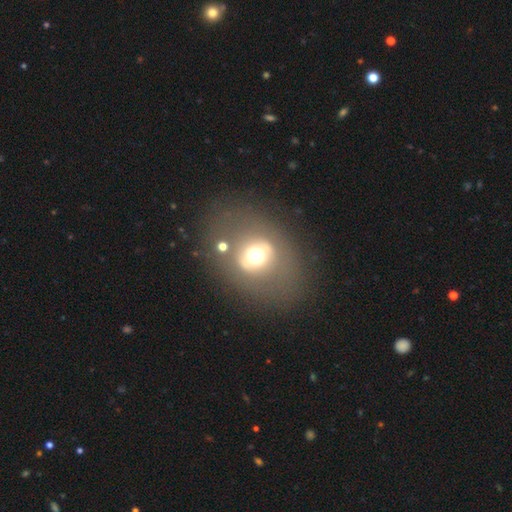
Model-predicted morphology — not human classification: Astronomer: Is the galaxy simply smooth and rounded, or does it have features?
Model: smooth — 54% (runner-up: featured or disk, 30%).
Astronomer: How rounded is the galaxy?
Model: round — 65%.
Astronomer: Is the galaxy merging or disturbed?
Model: none — 70%.